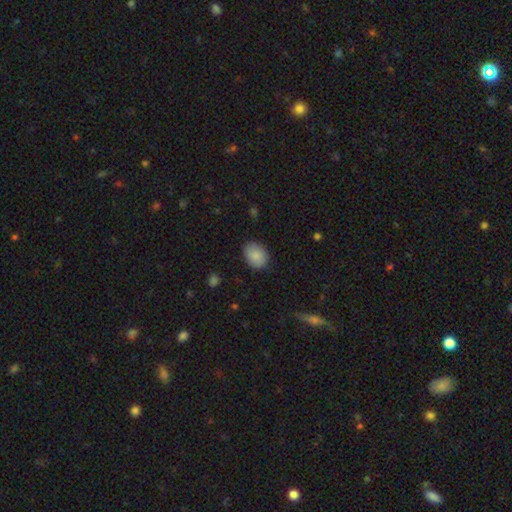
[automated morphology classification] smooth_or_featured: smooth (p=0.87) [alt: star or artifact p=0.07]
how_rounded: in between (p=0.66) [alt: round p=0.33]
merging: none (p=0.84) [alt: minor disturbance p=0.12]